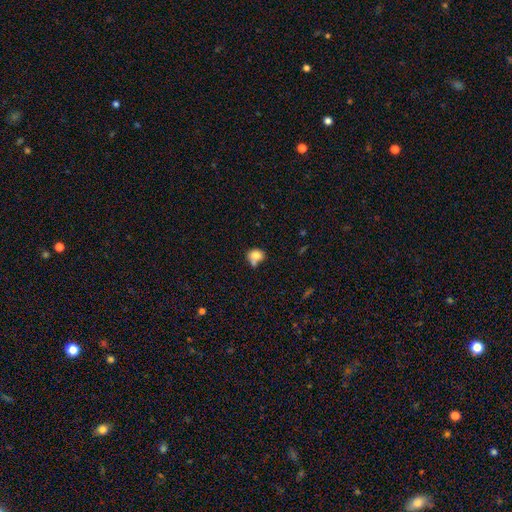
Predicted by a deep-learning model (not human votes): Smooth or featured: smooth — 77% (featured or disk — 13%)
How rounded: round — 63% (in between — 36%)
Merging: none — 44% (merger — 29%)